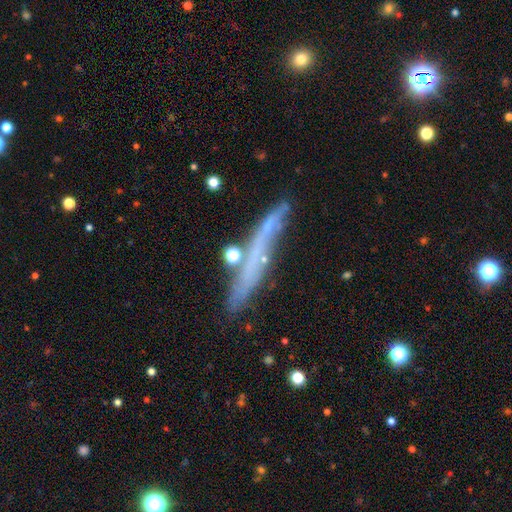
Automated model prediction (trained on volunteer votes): A featured or disk galaxy (55%) viewed edge-on (81%). Merging: none (69%).